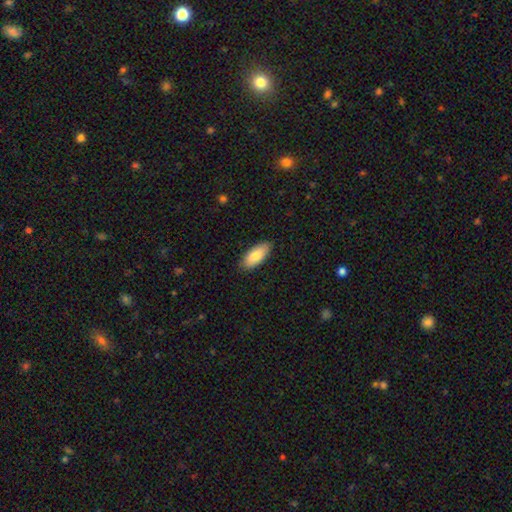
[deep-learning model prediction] This is clearly a smooth galaxy (83%). How rounded: clearly in between (87%). Merging: clearly none (86%).